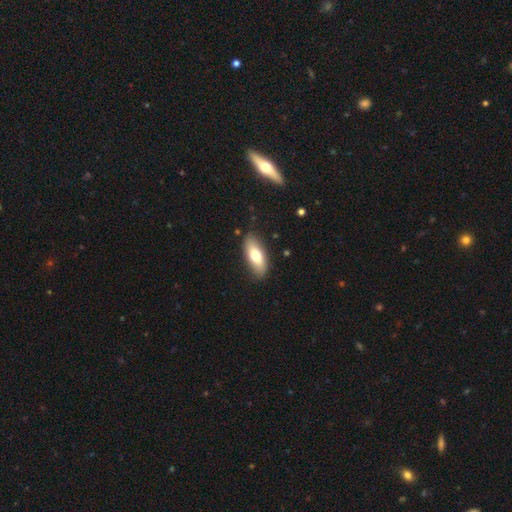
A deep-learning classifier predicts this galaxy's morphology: smooth_or_featured: smooth (p=0.73) [alt: featured or disk p=0.21]
how_rounded: in between (p=0.77) [alt: cigar-shaped p=0.21]
merging: none (p=0.84) [alt: minor disturbance p=0.12]